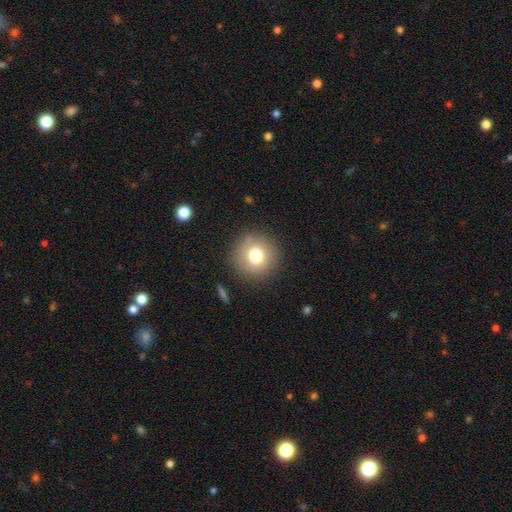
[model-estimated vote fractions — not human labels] A smooth galaxy with no disk features (76%) that is round (95%).

Vote fractions:
- Smooth or featured? smooth: 76% / featured or disk: 13% / star or artifact: 12%
- How rounded? round: 95% / in between: 4% / cigar-shaped: 1%
- Merging? none: 87% / minor disturbance: 8% / major disturbance: 3% / merger: 2%